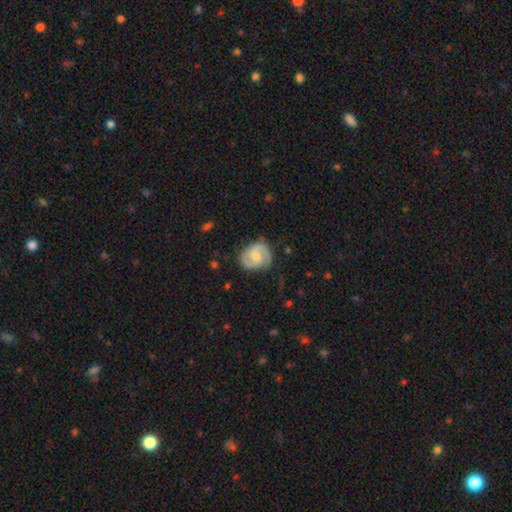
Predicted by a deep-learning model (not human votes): Q: Smooth or featured?
A: featured or disk (76%); runner-up: smooth (19%)
Q: Edge-on disk?
A: no (98%); runner-up: yes (2%)
Q: Bar?
A: weak (50%); runner-up: no (38%)
Q: Spiral arms?
A: yes (94%); runner-up: no (6%)
Q: Spiral winding?
A: medium (50%); runner-up: tight (33%)
Q: Spiral arm count?
A: 2 (88%); runner-up: can't tell (6%)
Q: Bulge size?
A: moderate (47%); runner-up: small (43%)
Q: Merging?
A: none (77%); runner-up: minor disturbance (17%)